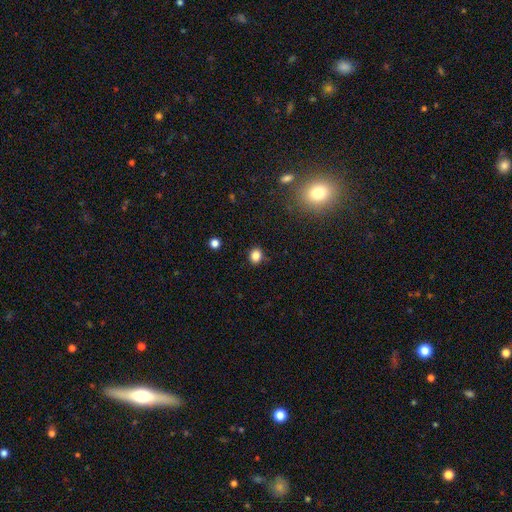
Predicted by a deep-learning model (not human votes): The model was most divided on "how rounded": round: 66%, in between: 33%, cigar-shaped: 1%. More confident: merging — none (88%); smooth or featured — smooth (83%).